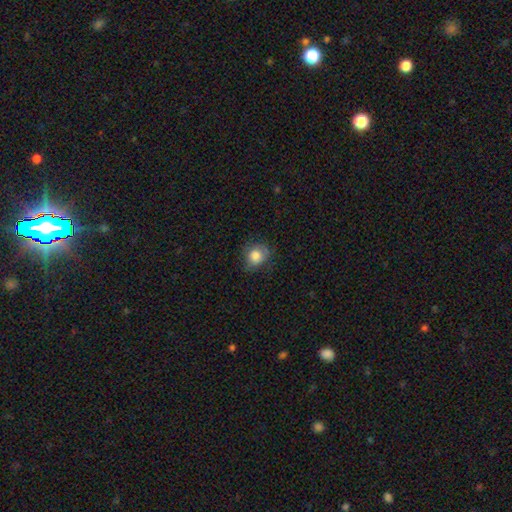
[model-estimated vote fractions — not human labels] Overall: smooth (80%). How rounded: round (72%). Merging: none (69%).